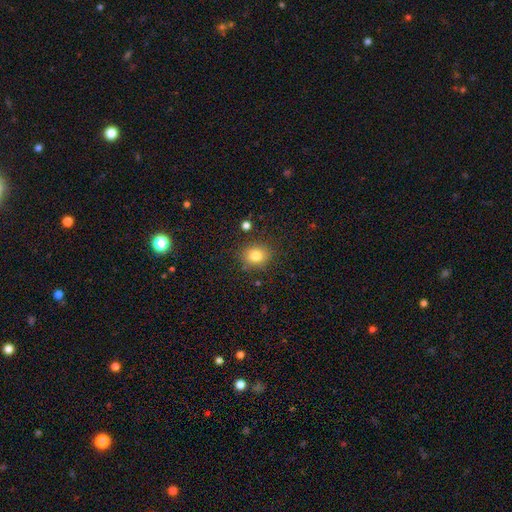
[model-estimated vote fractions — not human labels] This appears to be a smooth galaxy with no disk features (80%) that is round (70%). Merging: none (84%).